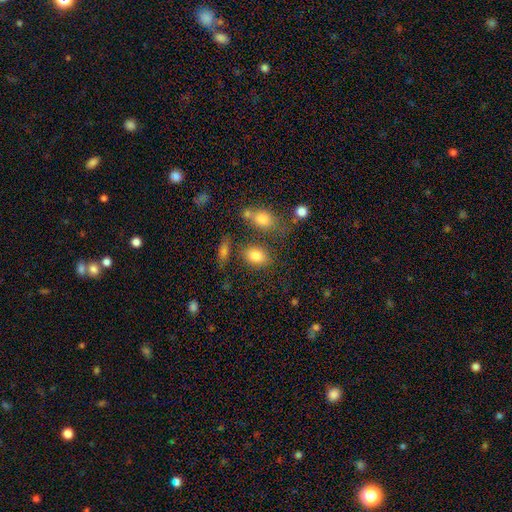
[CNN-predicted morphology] type=smooth (82%); roundness=in between (76%); merging=none (68%).